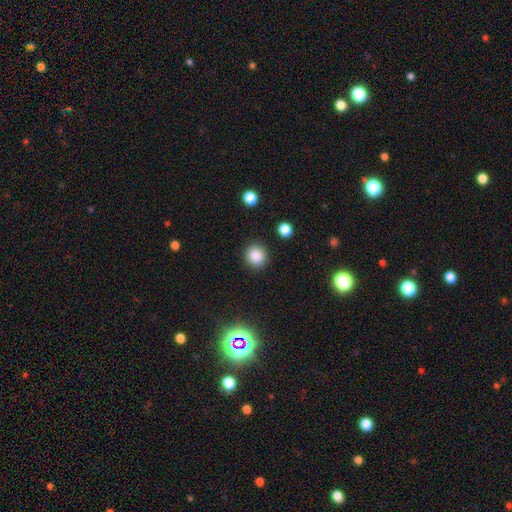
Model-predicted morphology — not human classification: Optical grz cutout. It shows a smooth galaxy with no disk features (85%) that is round (91%). Merging: none (90%).